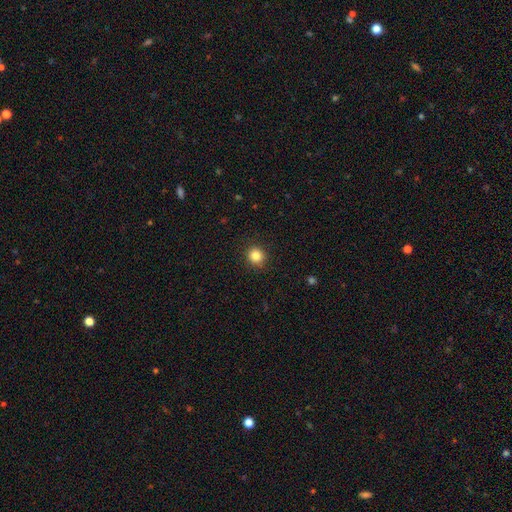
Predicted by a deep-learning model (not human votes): Smooth or featured? Predicted: smooth (p=0.85). How rounded? Predicted: round (p=0.89). Merging? Predicted: none (p=0.90).